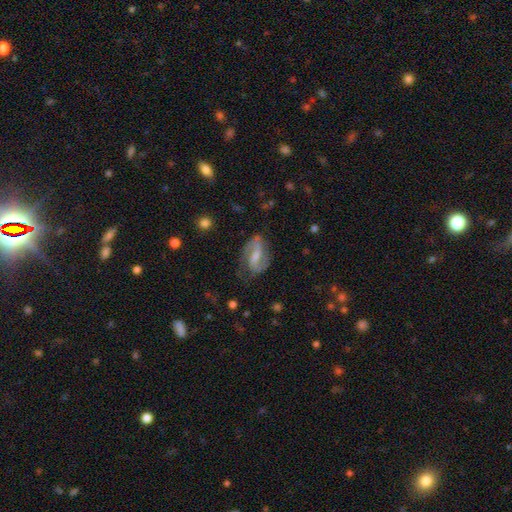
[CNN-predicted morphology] This appears to be a featured or disk galaxy (80%) with a weak bar (44%), 2 (89%) medium (46%) spiral arms (94%) and a small central bulge (45%). Merging: none (71%).